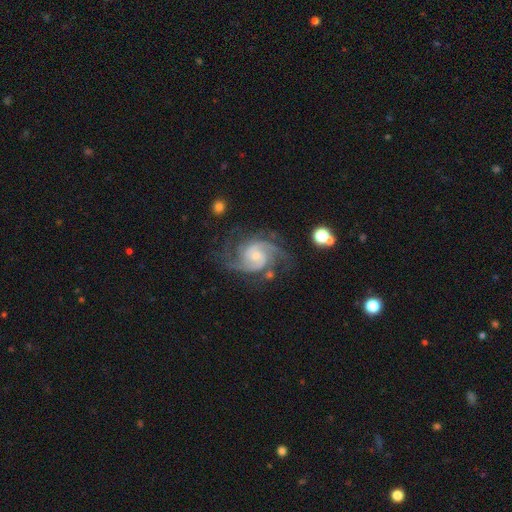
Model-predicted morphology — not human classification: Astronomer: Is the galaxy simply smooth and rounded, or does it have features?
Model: featured or disk — 91%.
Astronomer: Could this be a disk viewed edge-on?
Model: no — 98%.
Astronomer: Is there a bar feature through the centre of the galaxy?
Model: no — 59%.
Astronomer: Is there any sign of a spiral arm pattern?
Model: yes — 98%.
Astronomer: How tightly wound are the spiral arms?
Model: medium — 50% (runner-up: tight, 38%).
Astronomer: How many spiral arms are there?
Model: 2 — 46% (runner-up: 3, 29%).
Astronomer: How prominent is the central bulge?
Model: small — 57% (runner-up: moderate, 36%).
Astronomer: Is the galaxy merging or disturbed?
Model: none — 63%.